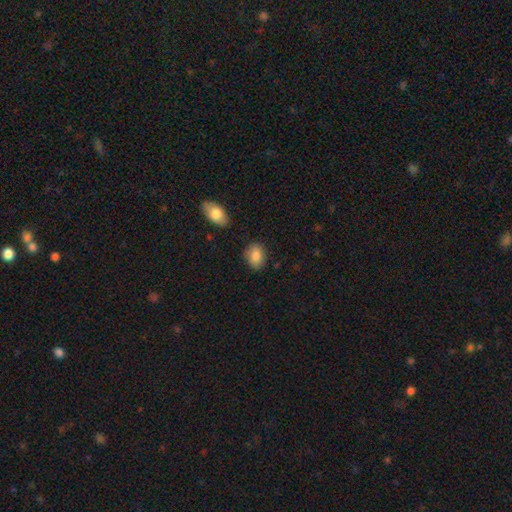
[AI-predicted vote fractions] Q: Smooth or featured?
A: smooth (86%); runner-up: star or artifact (7%)
Q: How rounded?
A: in between (76%); runner-up: round (23%)
Q: Merging?
A: none (82%); runner-up: minor disturbance (13%)